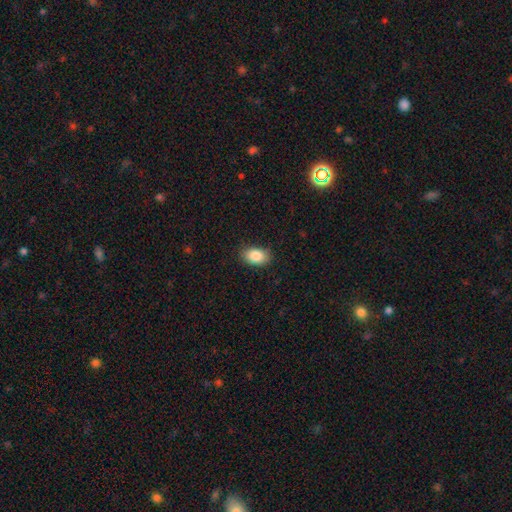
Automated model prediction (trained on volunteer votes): This appears to be a smooth galaxy with no disk features (87%) that is in between round and cigar-shaped (88%). Merging: none (85%).